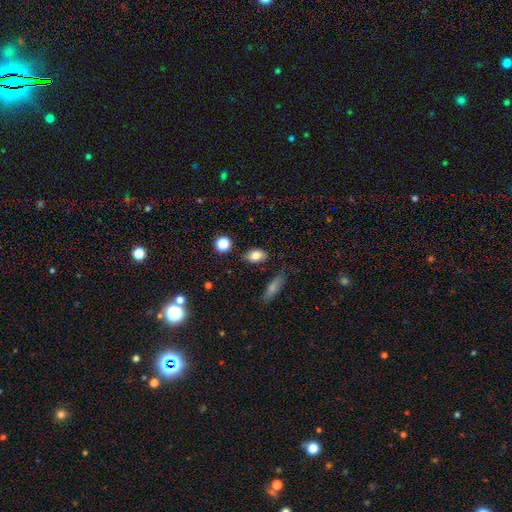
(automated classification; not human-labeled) Smooth or featured: smooth — 82% (star or artifact — 9%)
How rounded: in between — 80% (round — 17%)
Merging: none — 81% (minor disturbance — 13%)